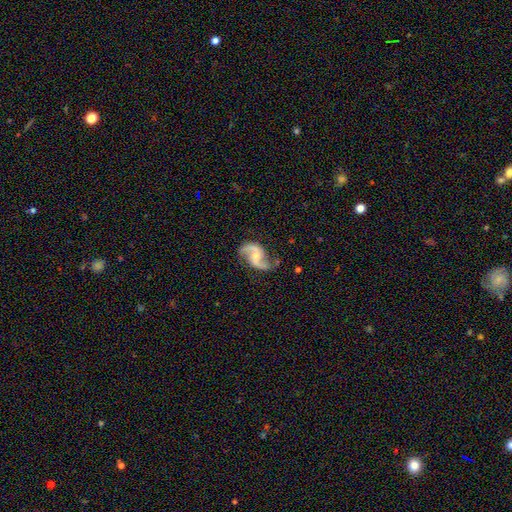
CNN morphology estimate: The model was most divided on "bulge size": moderate: 48%, small: 46%, none: 3%, large: 2%, dominant: 1%. Remaining: edge-on disk — no (98%); spiral arms — yes (97%); spiral arm count — 2 (94%); smooth or featured — featured or disk (90%); merging — none (74%); spiral winding — loose (62%); bar — no (48%).